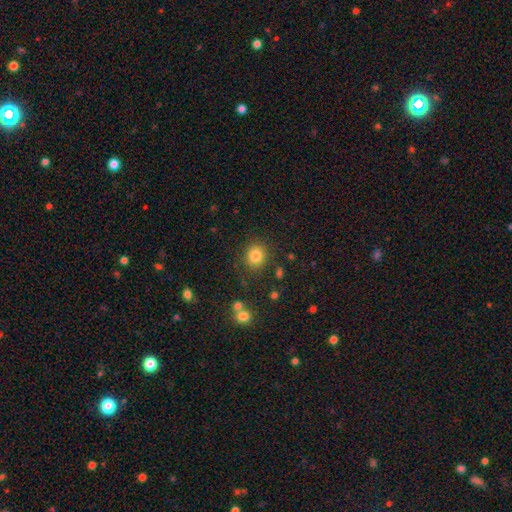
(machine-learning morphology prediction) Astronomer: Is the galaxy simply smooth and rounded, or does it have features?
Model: smooth — 82%.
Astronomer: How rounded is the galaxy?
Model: round — 80%.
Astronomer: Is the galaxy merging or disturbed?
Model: none — 85%.